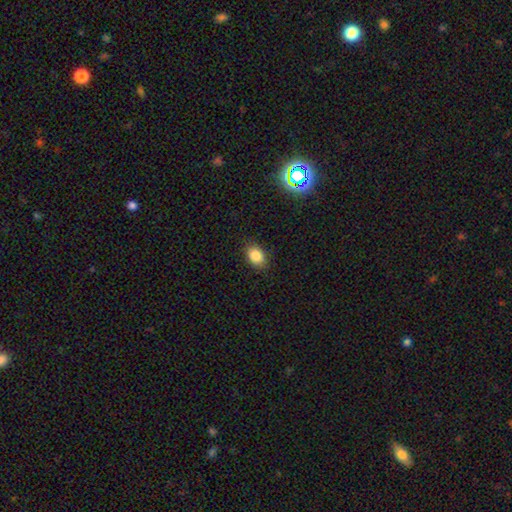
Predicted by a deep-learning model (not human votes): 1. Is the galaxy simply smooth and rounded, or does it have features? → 85% smooth, 10% star or artifact, 5% featured or disk.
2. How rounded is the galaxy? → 77% in between, 22% round, 1% cigar-shaped.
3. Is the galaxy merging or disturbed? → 86% none, 10% minor disturbance, 3% major disturbance, 1% merger.